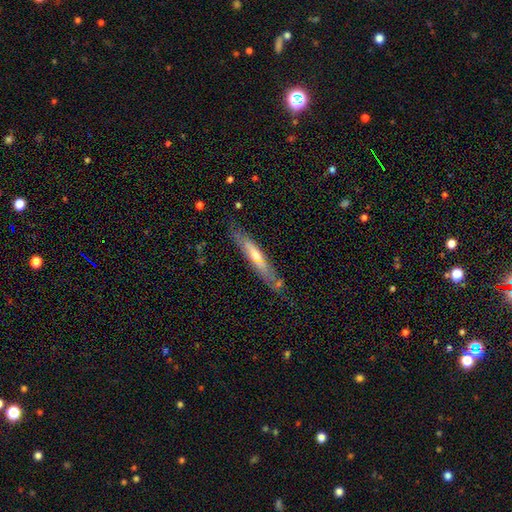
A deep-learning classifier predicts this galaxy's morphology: Smooth or featured: featured or disk — 56% (smooth — 37%)
Edge-on disk: yes — 80% (no — 20%)
Merging: none — 75% (minor disturbance — 18%)